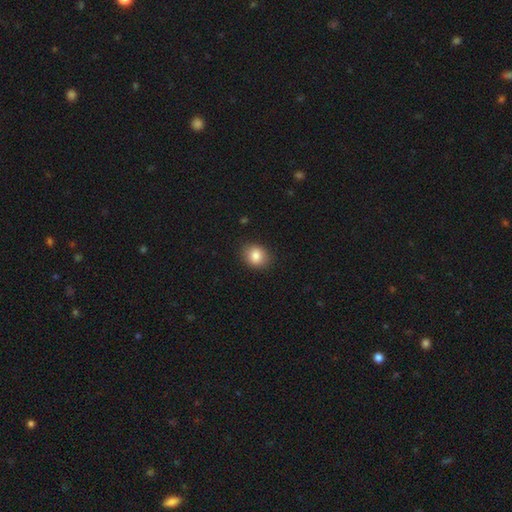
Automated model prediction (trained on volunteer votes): Overall: smooth (84%). How rounded: round (54%; in between 45%). Merging: none (86%).